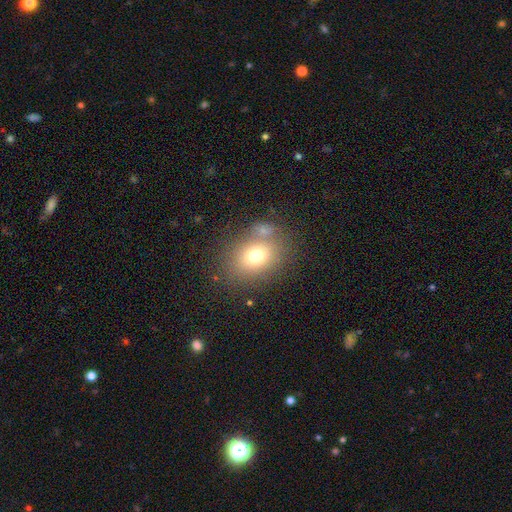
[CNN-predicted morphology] smooth-or-featured: smooth: 72% | featured or disk: 14% | star or artifact: 14%
  how-rounded: in between: 57% | round: 42% | cigar-shaped: 1%
  merging: none: 66% | merger: 15% | minor disturbance: 13% | major disturbance: 6%